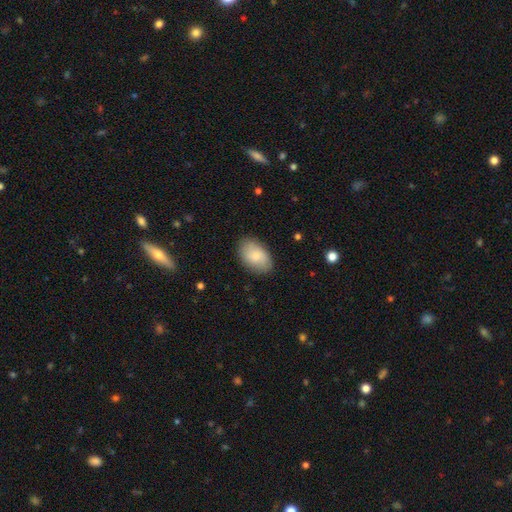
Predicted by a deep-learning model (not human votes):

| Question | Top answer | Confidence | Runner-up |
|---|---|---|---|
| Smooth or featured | smooth | 79% | featured or disk (14%) |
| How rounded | in between | 91% | round (8%) |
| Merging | none | 83% | minor disturbance (13%) |